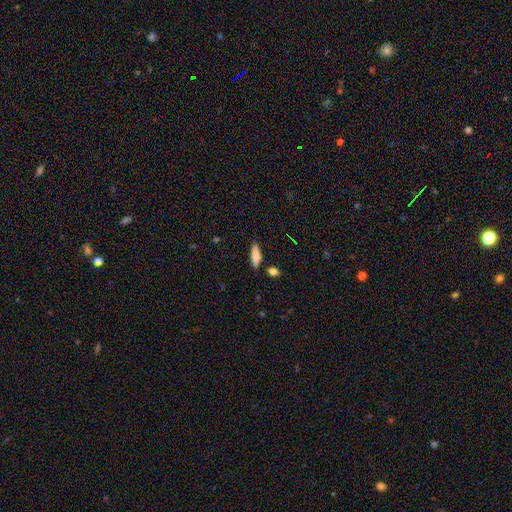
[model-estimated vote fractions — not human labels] This is likely a smooth galaxy (79%). How rounded: possibly cigar-shaped (59%). Merging: clearly none (82%).